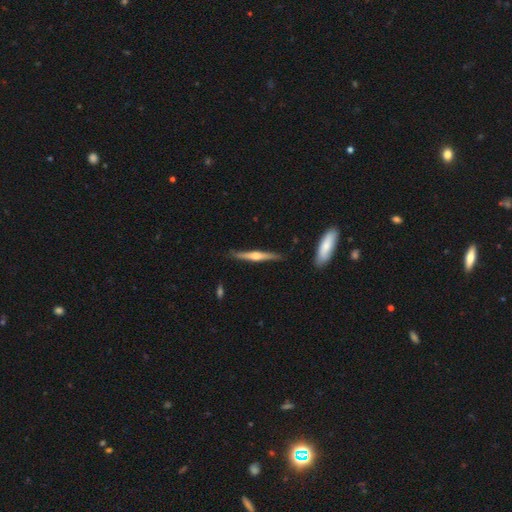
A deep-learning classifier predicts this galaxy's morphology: This is likely a featured or disk galaxy (70%). It is clearly viewed edge-on (98%). Edge-on bulge: clearly rounded (90%). Merging: clearly none (86%).